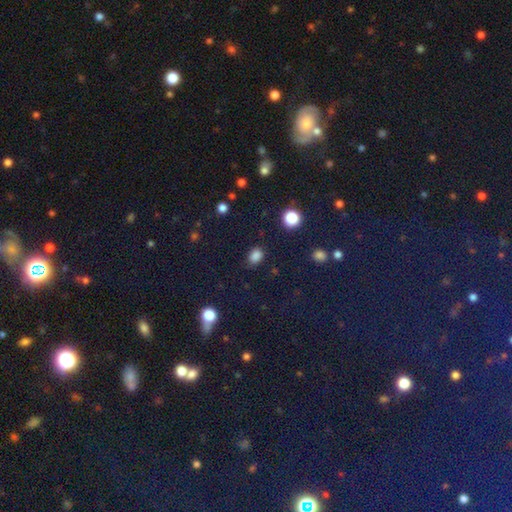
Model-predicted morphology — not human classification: This appears to be a smooth galaxy with no disk features (82%) that is in between round and cigar-shaped (66%). Merging: none (80%).